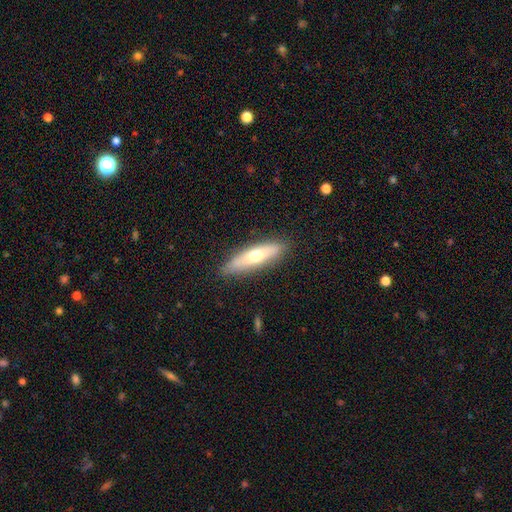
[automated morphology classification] This is possibly a smooth galaxy (55%). How rounded: likely cigar-shaped (69%). Merging: clearly none (85%).